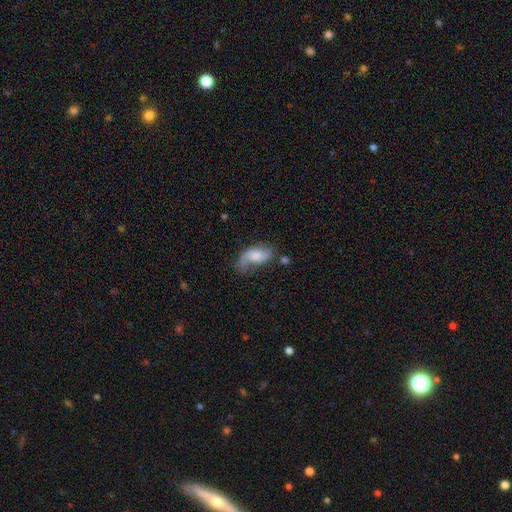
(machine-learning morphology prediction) Smooth or featured?
  - featured or disk: 48% *
  - smooth: 45%
  - star or artifact: 8%
Merging?
  - none: 42% *
  - minor disturbance: 28%
  - major disturbance: 24%
  - merger: 6%